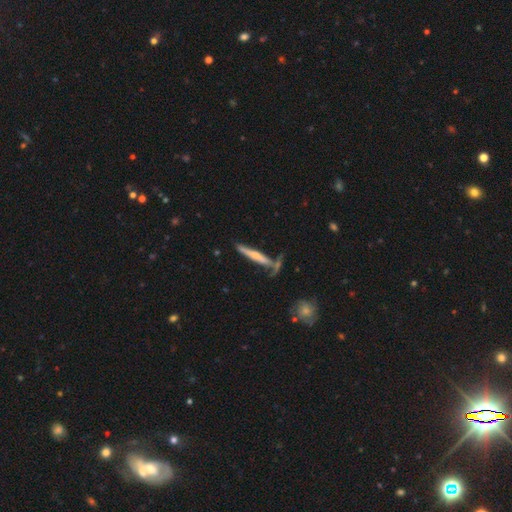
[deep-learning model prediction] smooth_or_featured: featured or disk (p=0.51) [alt: smooth p=0.43]
disk_edge_on: yes (p=0.93) [alt: no p=0.07]
merging: none (p=0.61) [alt: minor disturbance p=0.17]